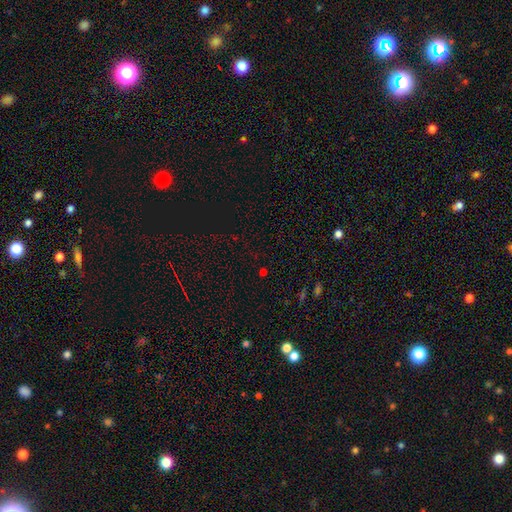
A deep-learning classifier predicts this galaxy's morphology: Smooth or featured?
  - star or artifact: 65% *
  - smooth: 29%
  - featured or disk: 7%